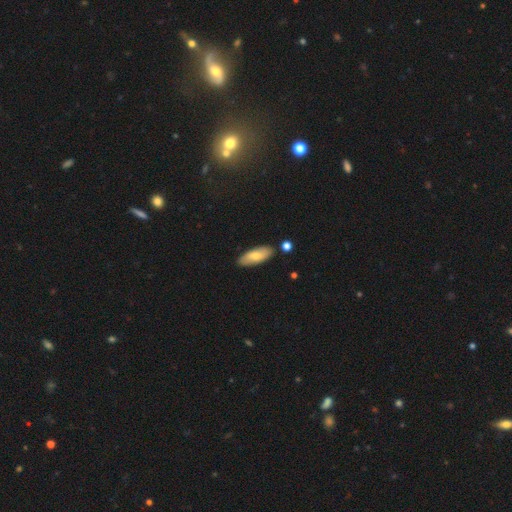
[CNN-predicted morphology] A smooth galaxy with no disk features (71%) that is in between round and cigar-shaped (72%). Merging: none (85%).